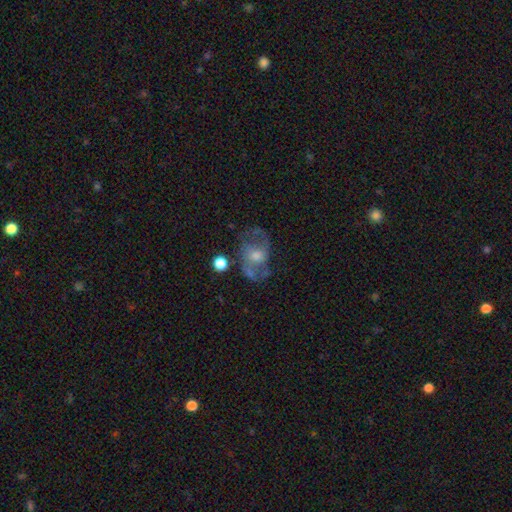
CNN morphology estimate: Smooth or featured: featured or disk — 64% (smooth — 25%)
Edge-on disk: no — 96% (yes — 4%)
Bar: no — 60% (weak — 32%)
Spiral arms: yes — 64% (no — 36%)
Bulge size: moderate — 51% (small — 32%)
Merging: none — 54% (major disturbance — 20%)